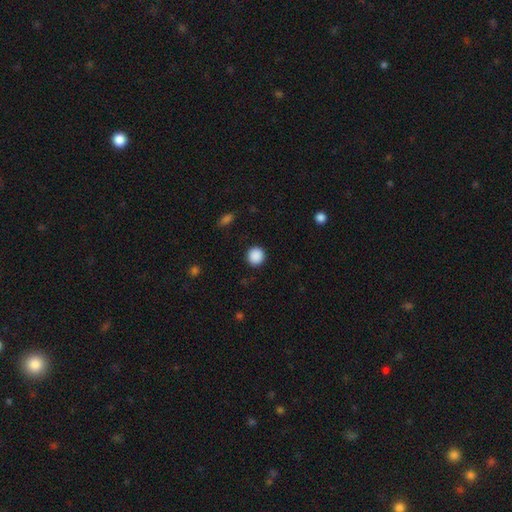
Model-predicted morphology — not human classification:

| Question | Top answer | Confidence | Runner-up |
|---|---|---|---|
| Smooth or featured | smooth | 89% | star or artifact (9%) |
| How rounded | round | 92% | in between (7%) |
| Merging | none | 91% | minor disturbance (5%) |